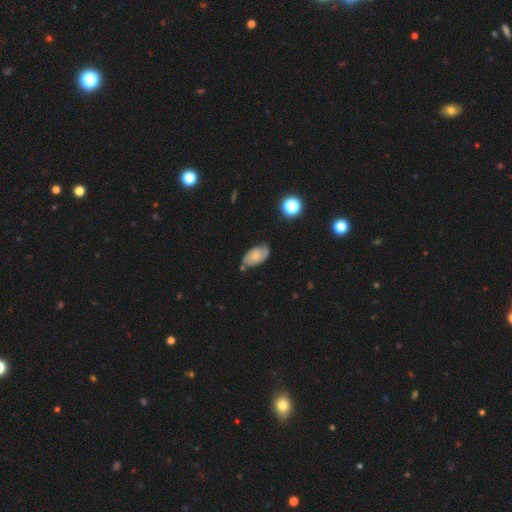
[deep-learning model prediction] Smooth or featured: featured or disk — 58% (smooth — 34%)
Edge-on disk: no — 94% (yes — 6%)
Bar: no — 73% (weak — 23%)
Spiral arms: yes — 86% (no — 14%)
Bulge size: small — 61% (moderate — 27%)
Merging: none — 63% (minor disturbance — 25%)